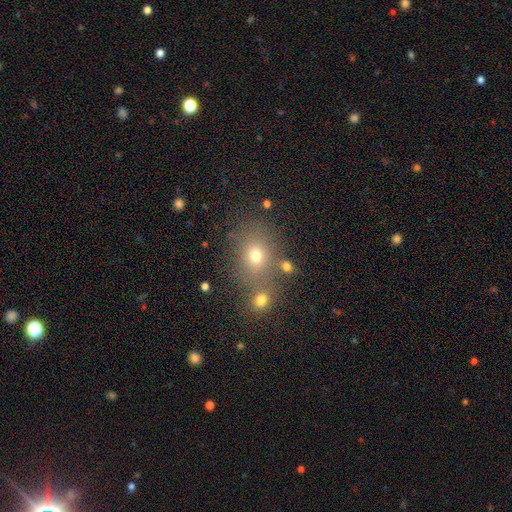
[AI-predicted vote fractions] Smooth or featured? smooth (69%)
How rounded? round (59%)
Merging? none (62%)